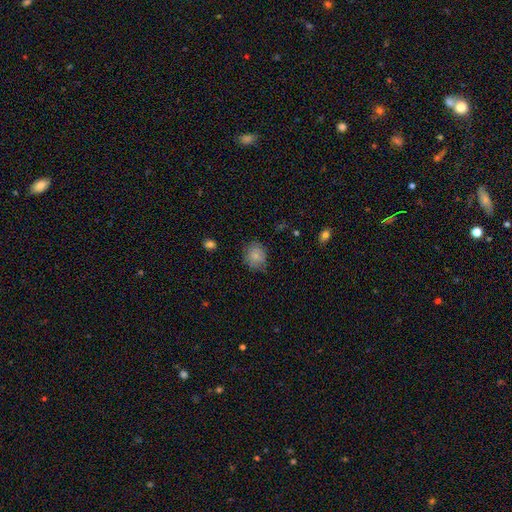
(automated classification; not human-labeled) This appears to be a smooth galaxy with no disk features (80%) that is round (69%). Merging: none (70%).